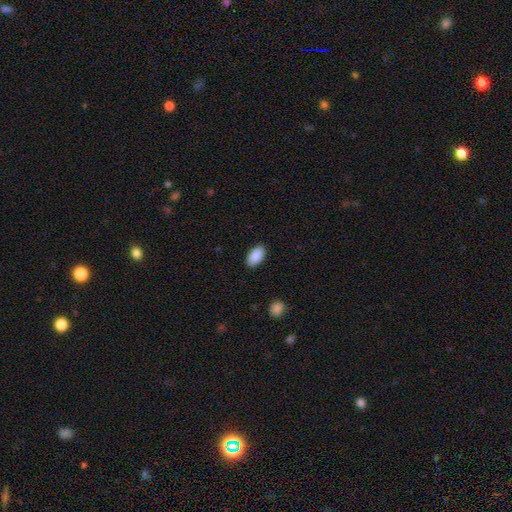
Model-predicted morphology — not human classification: The model was most divided on "merging": none: 88%, minor disturbance: 9%, major disturbance: 2%, merger: 1%. More confident: how rounded — in between (95%); smooth or featured — smooth (90%).